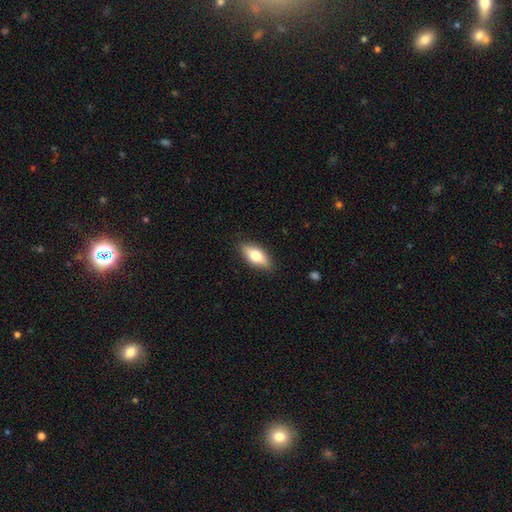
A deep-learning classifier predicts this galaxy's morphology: Smooth or featured?
  - smooth: 67% *
  - featured or disk: 26%
  - star or artifact: 7%
How rounded?
  - in between: 79% *
  - cigar-shaped: 18%
  - round: 3%
Merging?
  - none: 86% *
  - minor disturbance: 10%
  - major disturbance: 2%
  - merger: 1%